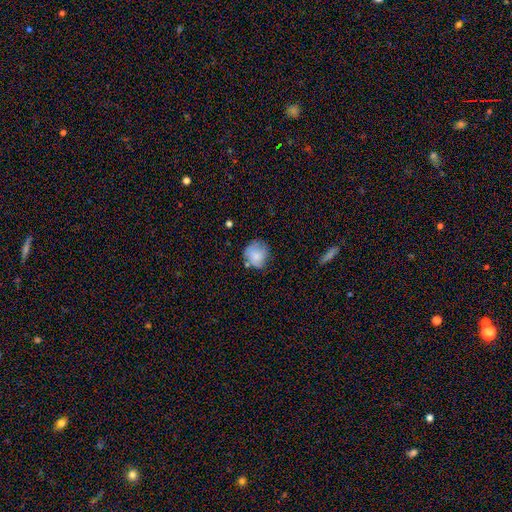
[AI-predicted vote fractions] Q: Smooth or featured?
A: smooth (67%); runner-up: featured or disk (25%)
Q: How rounded?
A: round (80%); runner-up: in between (19%)
Q: Merging?
A: none (62%); runner-up: minor disturbance (26%)